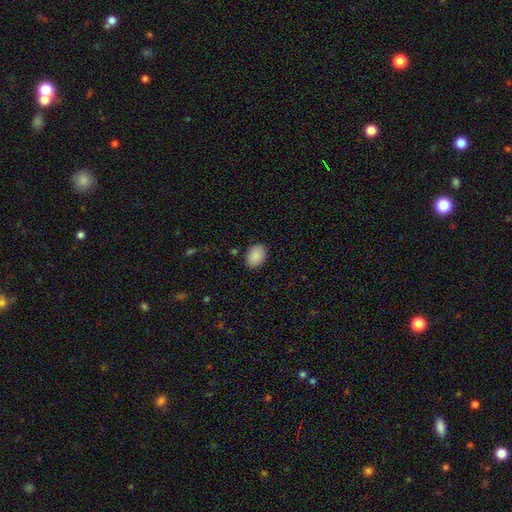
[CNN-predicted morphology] Smooth or featured? smooth (89%)
How rounded? in between (75%)
Merging? none (86%)